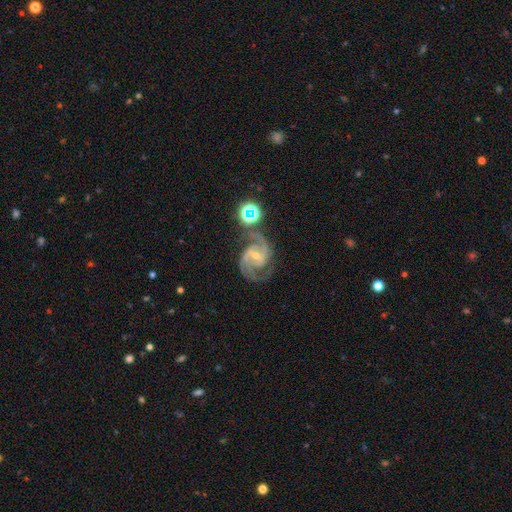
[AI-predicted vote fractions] A featured or disk galaxy (91%) with a weak bar (51%), 2 (80%) medium (63%) spiral arms (98%) and a small central bulge (59%). Merging: none (67%).